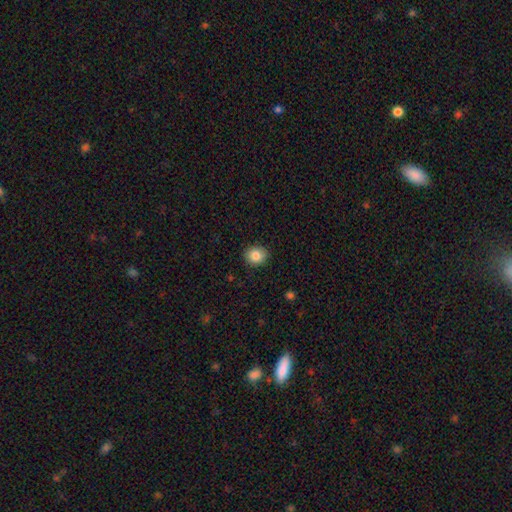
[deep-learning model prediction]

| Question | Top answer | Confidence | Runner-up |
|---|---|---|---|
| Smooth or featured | smooth | 85% | star or artifact (9%) |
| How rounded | round | 73% | in between (26%) |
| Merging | none | 89% | minor disturbance (8%) |